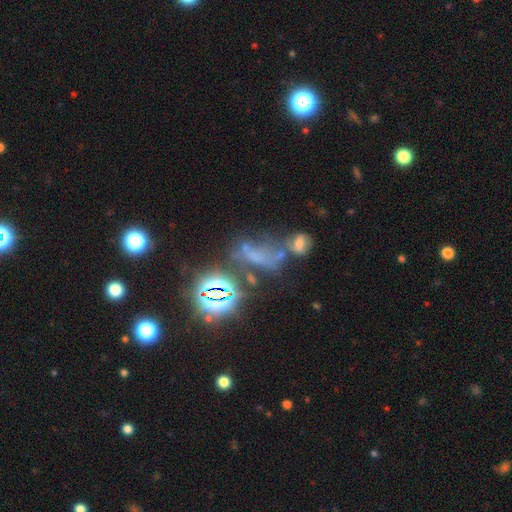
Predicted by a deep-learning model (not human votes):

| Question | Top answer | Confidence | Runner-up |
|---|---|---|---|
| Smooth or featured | star or artifact | 44% | smooth (32%) |